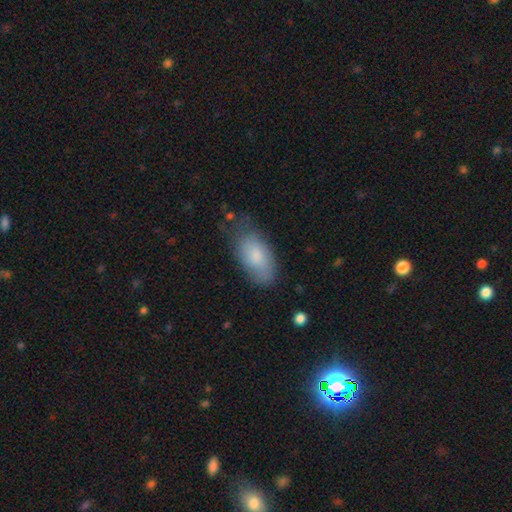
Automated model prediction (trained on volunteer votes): This appears to be a smooth galaxy with no disk features (79%) that is in between round and cigar-shaped (92%). Merging: none (61%).